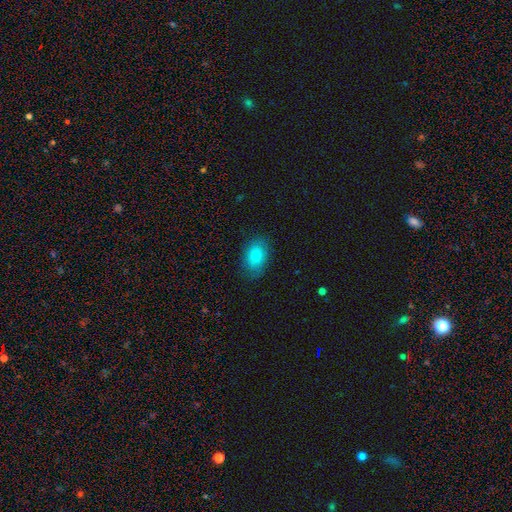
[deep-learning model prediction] smooth-or-featured: smooth: 81% | featured or disk: 12% | star or artifact: 8%
  how-rounded: in between: 88% | round: 11% | cigar-shaped: 2%
  merging: none: 81% | minor disturbance: 14% | major disturbance: 4% | merger: 1%